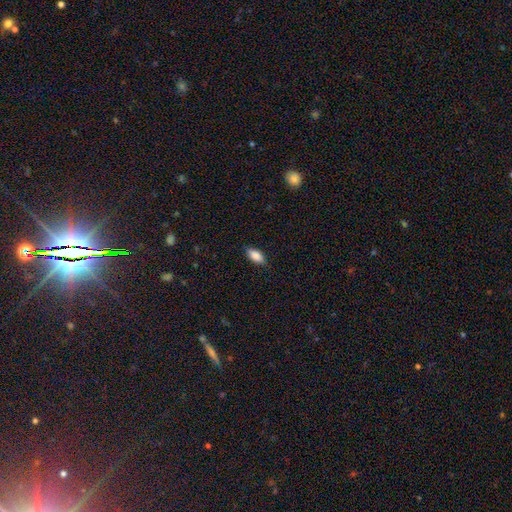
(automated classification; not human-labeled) A smooth galaxy with no disk features (87%) that is in between round and cigar-shaped (88%).

Vote fractions:
- Smooth or featured? smooth: 87% / star or artifact: 7% / featured or disk: 6%
- How rounded? in between: 88% / cigar-shaped: 9% / round: 2%
- Merging? none: 86% / minor disturbance: 11% / major disturbance: 2% / merger: 1%